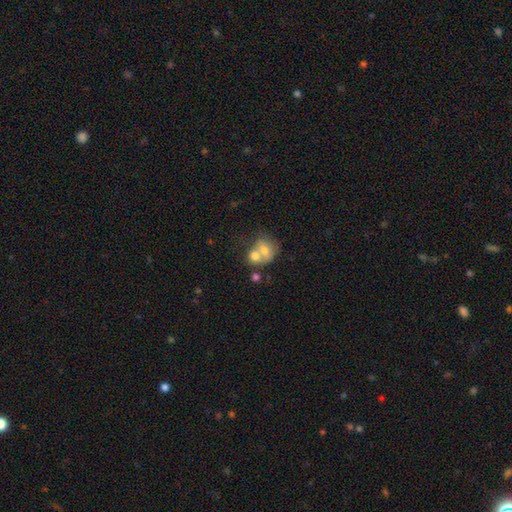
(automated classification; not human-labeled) Smooth or featured?
  - smooth: 66% *
  - featured or disk: 25%
  - star or artifact: 9%
How rounded?
  - round: 56% *
  - in between: 43%
  - cigar-shaped: 1%
Merging?
  - merger: 65% *
  - none: 21%
  - minor disturbance: 8%
  - major disturbance: 6%